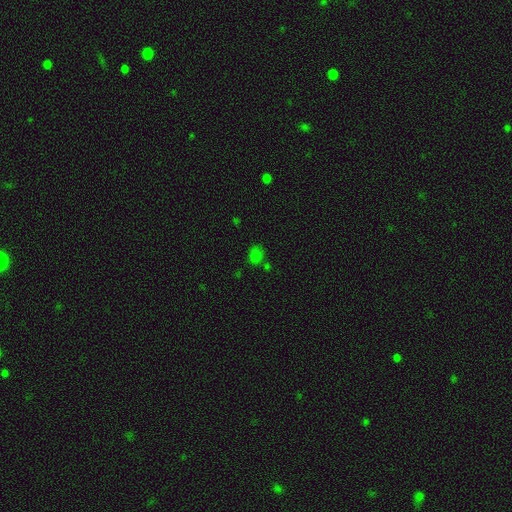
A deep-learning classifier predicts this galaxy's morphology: smooth_or_featured: smooth (p=0.67) [alt: star or artifact p=0.28]
how_rounded: in between (p=0.55) [alt: round p=0.43]
merging: none (p=0.67) [alt: minor disturbance p=0.17]